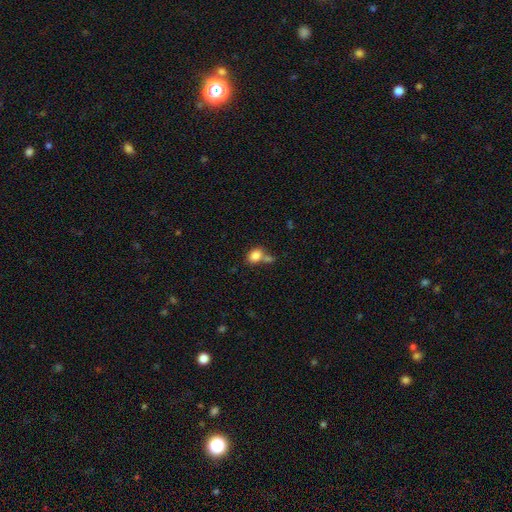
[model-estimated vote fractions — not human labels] Smooth or featured?
  - smooth: 83% *
  - star or artifact: 9%
  - featured or disk: 8%
How rounded?
  - in between: 60% *
  - round: 39%
  - cigar-shaped: 1%
Merging?
  - none: 44% *
  - merger: 36%
  - minor disturbance: 14%
  - major disturbance: 6%